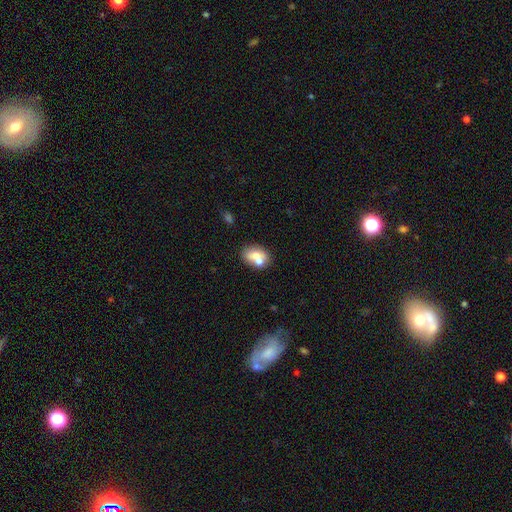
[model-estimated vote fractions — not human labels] Overall: smooth (68%). How rounded: in between (74%). Merging: none (46%; merger 36%).